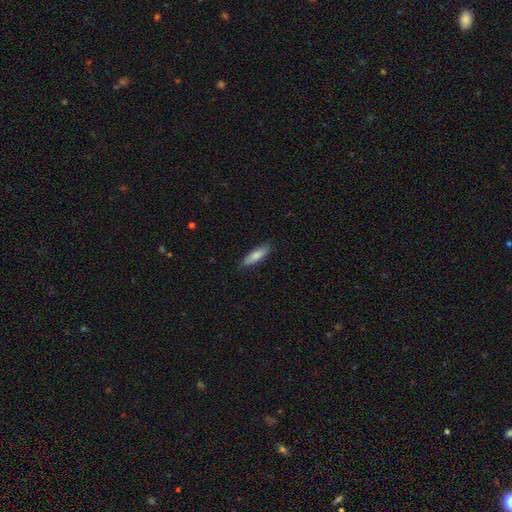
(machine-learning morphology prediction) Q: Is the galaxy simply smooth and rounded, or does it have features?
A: smooth — 81%.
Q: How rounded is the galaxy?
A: cigar-shaped — 52%.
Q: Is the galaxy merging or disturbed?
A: none — 85%.